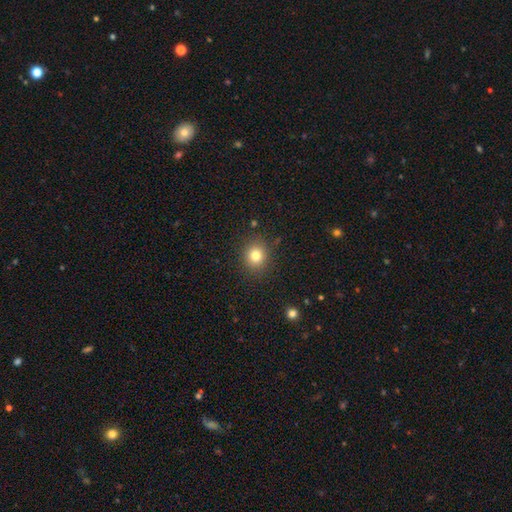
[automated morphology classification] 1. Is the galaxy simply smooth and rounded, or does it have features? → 80% smooth, 12% star or artifact, 8% featured or disk.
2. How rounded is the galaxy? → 80% round, 19% in between, 1% cigar-shaped.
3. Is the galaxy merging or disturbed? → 88% none, 8% minor disturbance, 3% major disturbance, 1% merger.